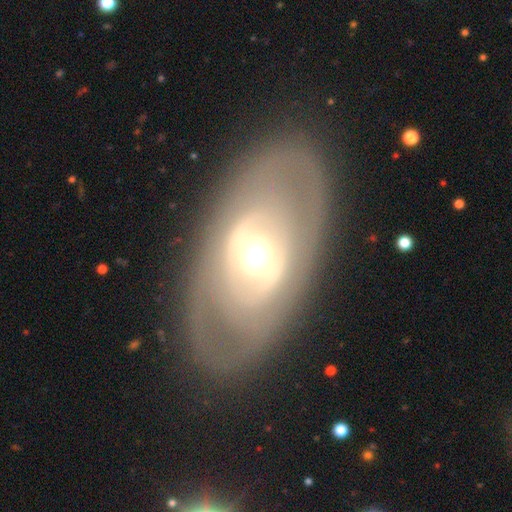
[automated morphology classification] Q: Smooth or featured?
A: featured or disk (71%); runner-up: smooth (23%)
Q: Edge-on disk?
A: no (88%); runner-up: yes (12%)
Q: Bar?
A: no (76%); runner-up: weak (16%)
Q: Spiral arms?
A: no (68%); runner-up: yes (32%)
Q: Bulge size?
A: moderate (68%); runner-up: large (16%)
Q: Merging?
A: none (77%); runner-up: minor disturbance (13%)